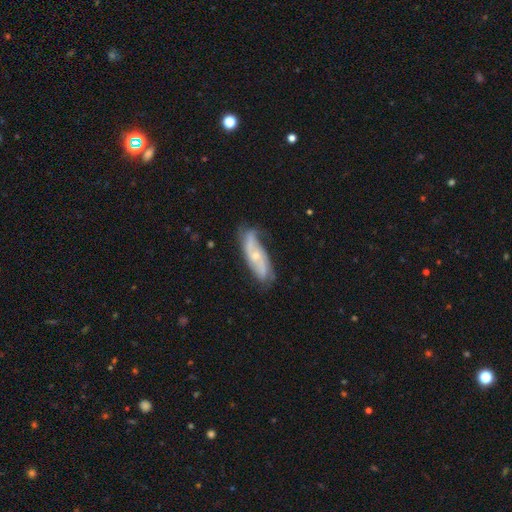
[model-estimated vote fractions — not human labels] Q: Smooth or featured?
A: featured or disk (70%); runner-up: smooth (23%)
Q: Edge-on disk?
A: no (81%); runner-up: yes (19%)
Q: Bar?
A: no (66%); runner-up: weak (25%)
Q: Spiral arms?
A: yes (86%); runner-up: no (14%)
Q: Bulge size?
A: small (65%); runner-up: moderate (31%)
Q: Merging?
A: none (65%); runner-up: minor disturbance (25%)